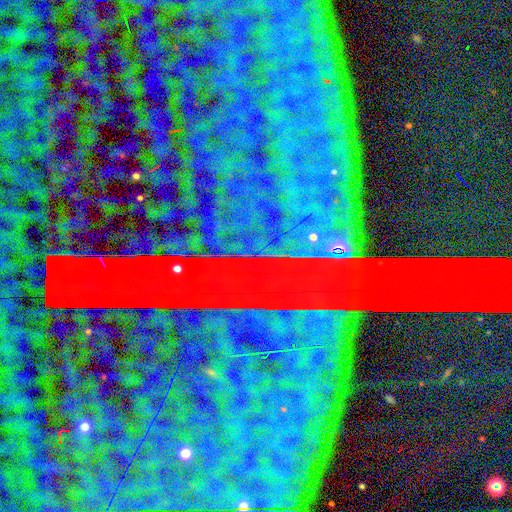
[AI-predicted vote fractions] The model was most divided on "smooth or featured": star or artifact: 88%, featured or disk: 6%, smooth: 5%.